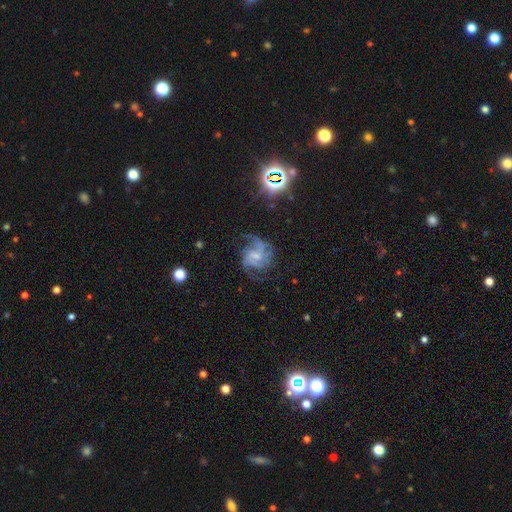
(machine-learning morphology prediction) Smooth or featured: featured or disk — 82% (smooth — 10%)
Edge-on disk: no — 98% (yes — 2%)
Bar: weak — 47% (no — 42%)
Spiral arms: yes — 95% (no — 5%)
Spiral winding: medium — 51% (tight — 26%)
Spiral arm count: 2 — 30% (3 — 29%)
Bulge size: small — 45% (moderate — 31%)
Merging: none — 60% (major disturbance — 19%)